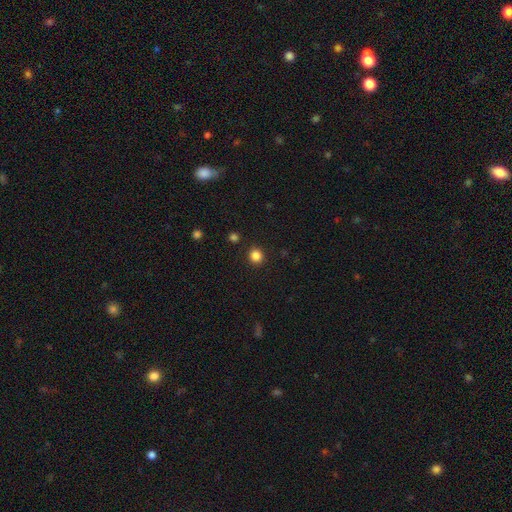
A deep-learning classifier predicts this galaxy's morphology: smooth-or-featured: smooth: 84% | star or artifact: 12% | featured or disk: 3%
  how-rounded: round: 91% | in between: 8% | cigar-shaped: 1%
  merging: none: 91% | minor disturbance: 5% | major disturbance: 2% | merger: 2%